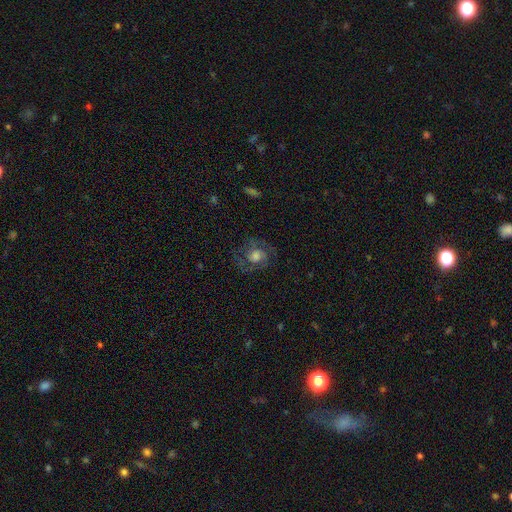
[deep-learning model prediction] Q: Smooth or featured?
A: featured or disk (71%); runner-up: smooth (19%)
Q: Edge-on disk?
A: no (97%); runner-up: yes (3%)
Q: Bar?
A: no (68%); runner-up: weak (27%)
Q: Spiral arms?
A: yes (90%); runner-up: no (10%)
Q: Spiral winding?
A: medium (47%); runner-up: tight (39%)
Q: Spiral arm count?
A: 2 (67%); runner-up: can't tell (15%)
Q: Bulge size?
A: moderate (45%); runner-up: large (34%)
Q: Merging?
A: none (76%); runner-up: minor disturbance (14%)